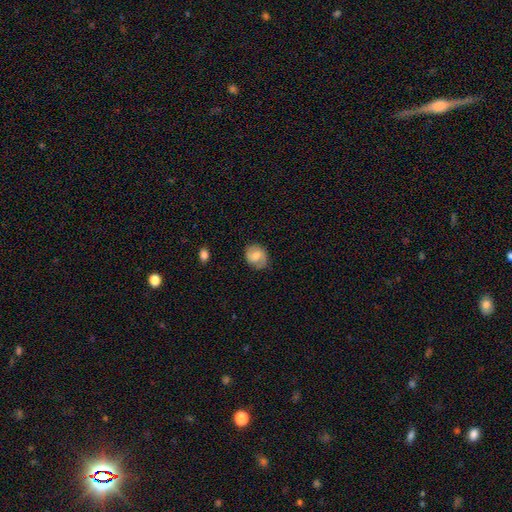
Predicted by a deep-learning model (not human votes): Smooth or featured? smooth (47%)
Merging? none (78%)